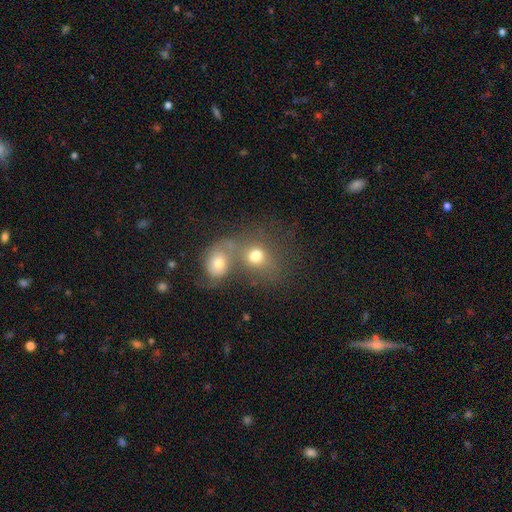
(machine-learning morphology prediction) Q: Smooth or featured?
A: smooth (70%); runner-up: featured or disk (18%)
Q: How rounded?
A: round (62%); runner-up: in between (37%)
Q: Merging?
A: merger (62%); runner-up: none (24%)